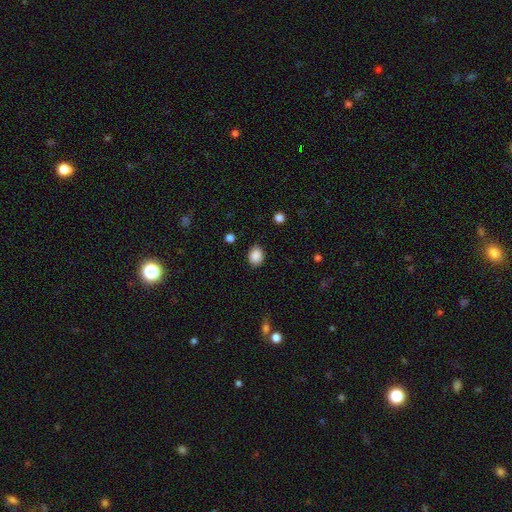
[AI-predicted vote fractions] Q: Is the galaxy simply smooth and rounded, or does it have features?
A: smooth — 89%.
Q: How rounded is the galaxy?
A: in between — 56%.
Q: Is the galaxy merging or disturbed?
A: none — 85%.